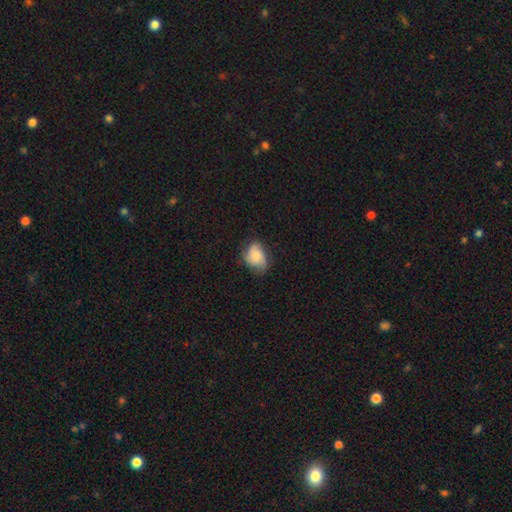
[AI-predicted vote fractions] Smooth or featured?
  - smooth: 67% *
  - featured or disk: 25%
  - star or artifact: 8%
How rounded?
  - in between: 68% *
  - round: 31%
  - cigar-shaped: 1%
Merging?
  - none: 57% *
  - minor disturbance: 31%
  - major disturbance: 11%
  - merger: 1%